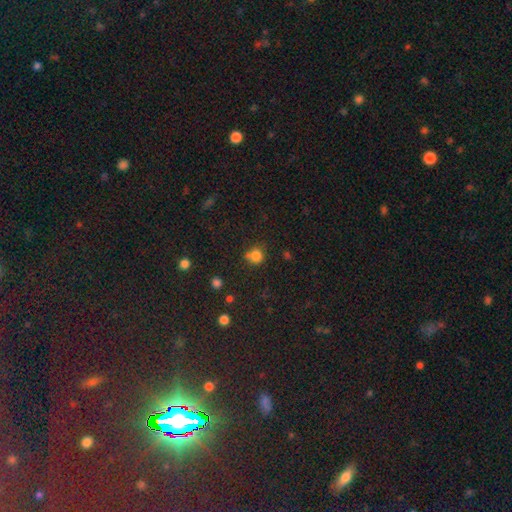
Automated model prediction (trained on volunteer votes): smooth-or-featured: smooth: 79% | star or artifact: 15% | featured or disk: 6%
  how-rounded: round: 81% | in between: 18% | cigar-shaped: 1%
  merging: none: 57% | merger: 20% | minor disturbance: 17% | major disturbance: 6%